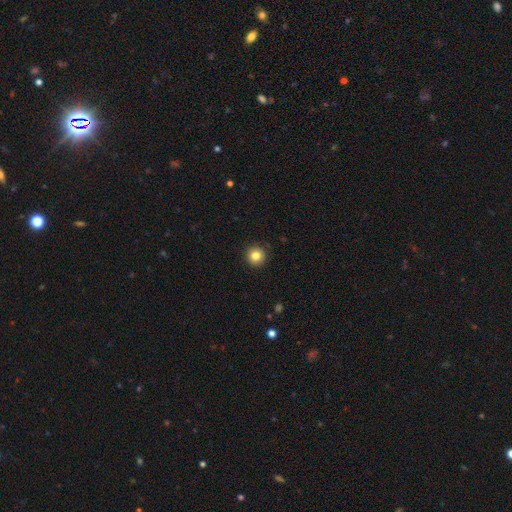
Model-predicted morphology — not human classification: The model was most divided on "smooth or featured": smooth: 82%, star or artifact: 11%, featured or disk: 7%. More confident: how rounded — round (95%); merging — none (92%).